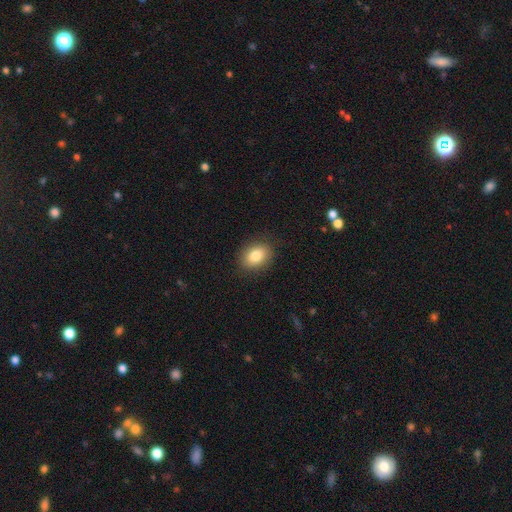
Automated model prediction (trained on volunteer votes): Q: Smooth or featured?
A: smooth (83%); runner-up: star or artifact (9%)
Q: How rounded?
A: in between (65%); runner-up: round (34%)
Q: Merging?
A: none (87%); runner-up: minor disturbance (9%)